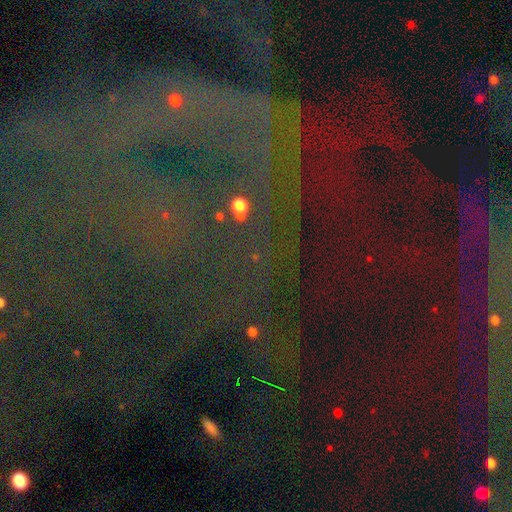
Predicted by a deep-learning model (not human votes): A star or artifact, not a galaxy (82%).

Vote fractions:
- Smooth or featured? star or artifact: 82% / featured or disk: 9% / smooth: 8%